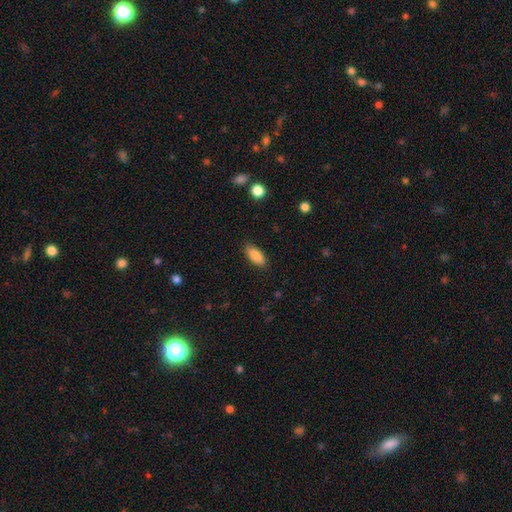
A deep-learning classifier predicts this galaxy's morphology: smooth 86%, featured or disk 7%, star or artifact 7%. Down the decision tree: how rounded — in between (85%); merging — none (85%).